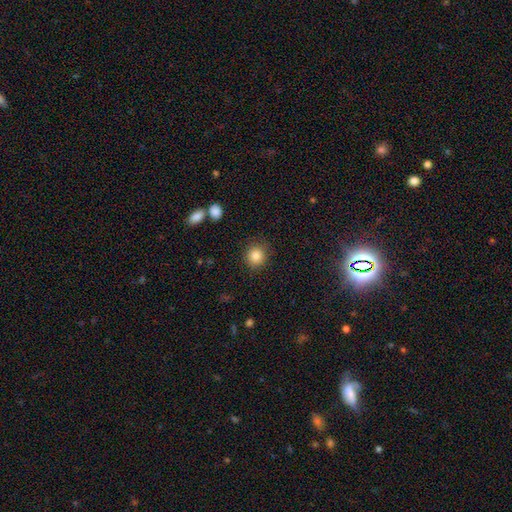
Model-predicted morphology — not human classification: Smooth or featured?
  - smooth: 86% *
  - star or artifact: 9%
  - featured or disk: 5%
How rounded?
  - round: 90% *
  - in between: 9%
  - cigar-shaped: 1%
Merging?
  - none: 87% *
  - minor disturbance: 8%
  - major disturbance: 3%
  - merger: 2%